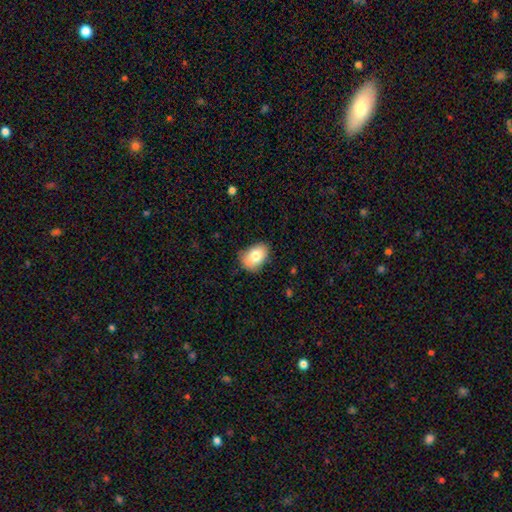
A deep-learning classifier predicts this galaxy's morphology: smooth-or-featured: smooth: 78% | featured or disk: 14% | star or artifact: 8%
  how-rounded: in between: 81% | round: 18% | cigar-shaped: 1%
  merging: none: 69% | minor disturbance: 24% | major disturbance: 5% | merger: 2%